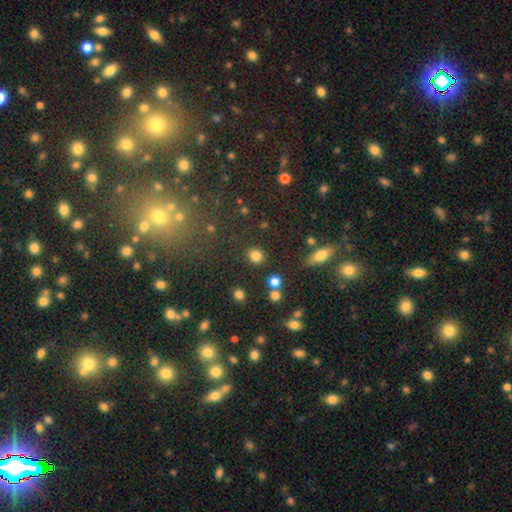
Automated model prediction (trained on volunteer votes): Morphology: type=smooth (83%); roundness=round (87%); merging=none (87%).